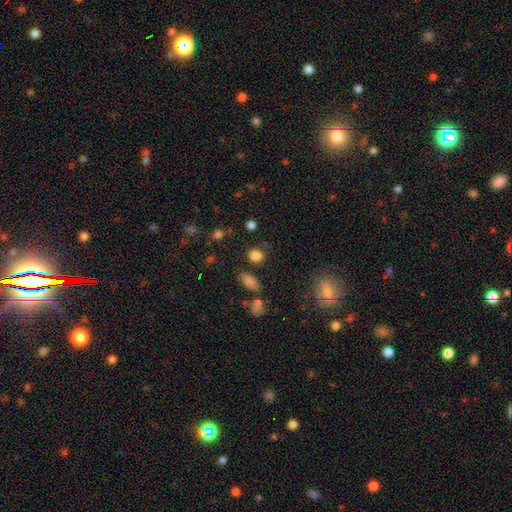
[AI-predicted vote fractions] This is clearly a smooth galaxy (83%). How rounded: likely round (72%). Merging: likely none (79%).